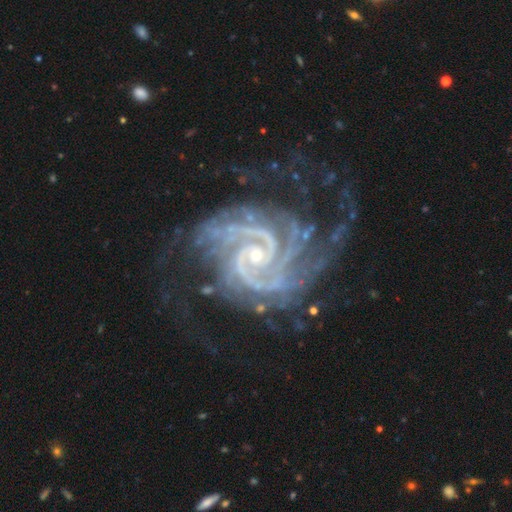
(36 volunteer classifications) Smooth or featured? featured or disk (94%)
Edge-on disk? no (97%)
Bar? no (79%)
Spiral arms? yes (100%)
Spiral winding? tight (64%)
Spiral arm count? 3 (55%)
Bulge size? small (58%)
Merging? none (77%)